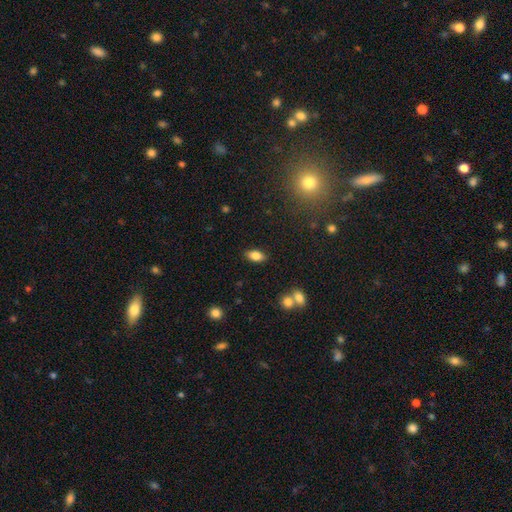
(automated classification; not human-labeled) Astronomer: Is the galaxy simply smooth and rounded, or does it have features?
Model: smooth — 81%.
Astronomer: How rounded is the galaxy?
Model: in between — 89%.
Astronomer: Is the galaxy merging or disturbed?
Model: none — 85%.